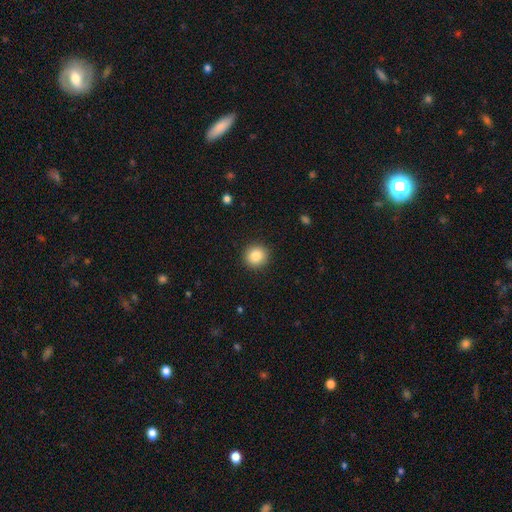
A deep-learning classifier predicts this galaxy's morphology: This is clearly a smooth galaxy (86%). How rounded: clearly round (91%). Merging: clearly none (91%).